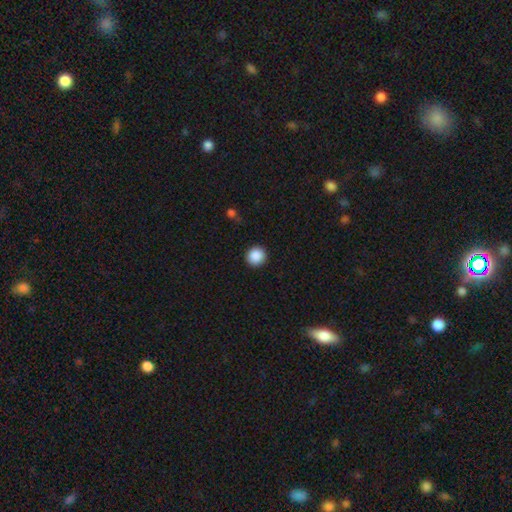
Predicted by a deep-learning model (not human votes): This is clearly a smooth galaxy (88%). How rounded: clearly round (94%). Merging: clearly none (92%).